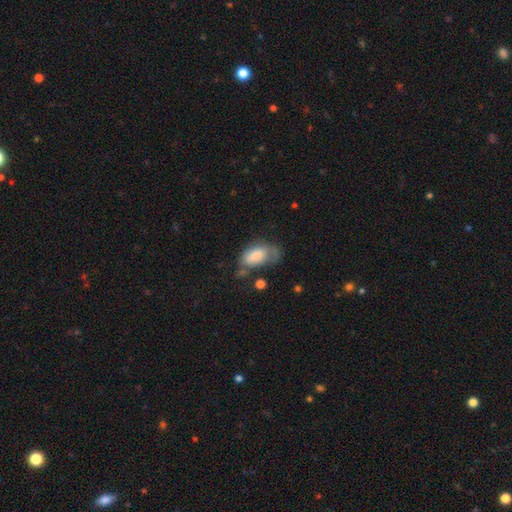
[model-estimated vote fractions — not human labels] The model was most divided on "merging": minor disturbance: 33%, none: 29%, major disturbance: 29%, merger: 9%. More confident: how rounded — in between (92%); smooth or featured — smooth (76%).